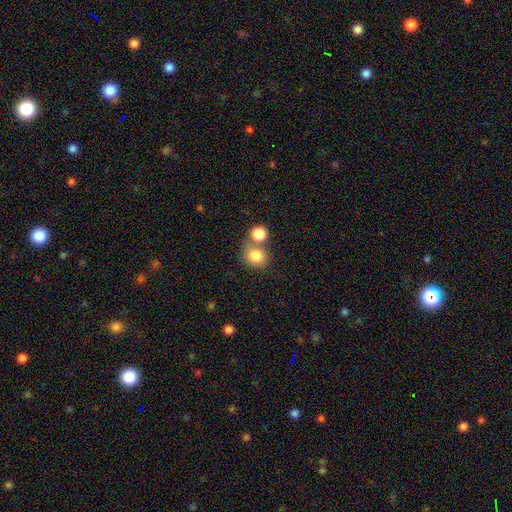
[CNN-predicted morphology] smooth_or_featured: smooth (p=0.82) [alt: star or artifact p=0.10]
how_rounded: round (p=0.79) [alt: in between p=0.20]
merging: none (p=0.49) [alt: merger p=0.39]